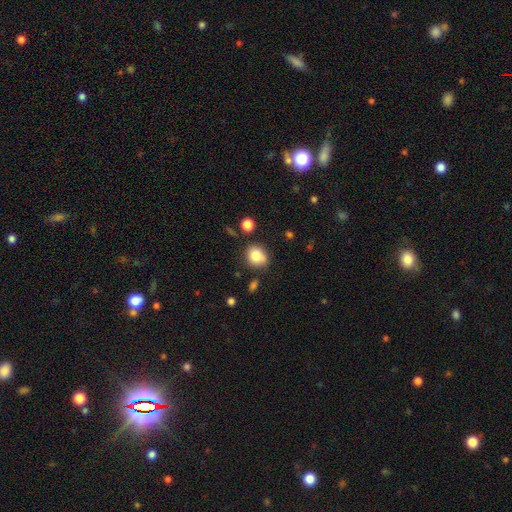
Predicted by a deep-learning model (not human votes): Overall: smooth (81%). How rounded: round (66%; in between 33%). Merging: none (69%).